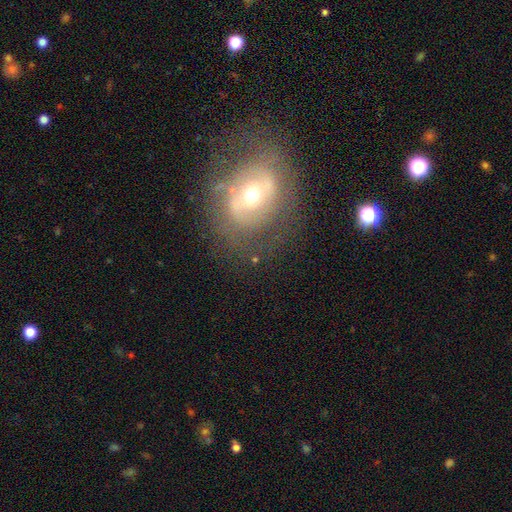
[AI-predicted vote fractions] This appears to be a featured or disk galaxy (63%) with no bar (45%), no spiral arms (53%) and a moderate central bulge (69%). Merging: none (68%).